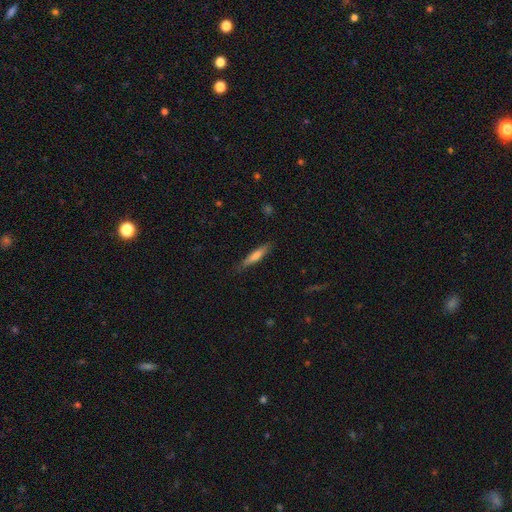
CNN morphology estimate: smooth 61%, featured or disk 32%, star or artifact 7%. Down the decision tree: how rounded — cigar-shaped (89%); merging — none (84%).